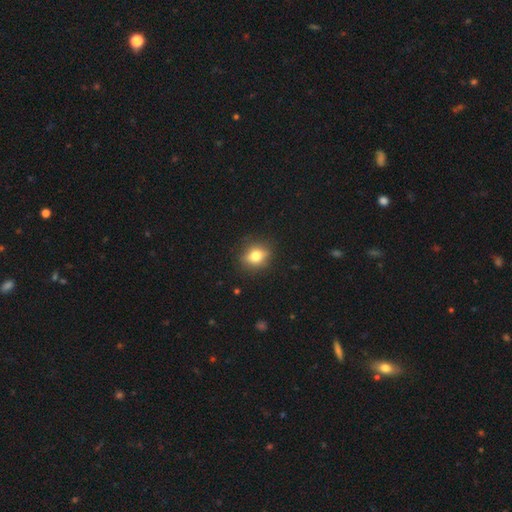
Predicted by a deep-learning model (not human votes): Smooth or featured: smooth — 72% (featured or disk — 17%)
How rounded: round — 57% (in between — 41%)
Merging: none — 85% (minor disturbance — 11%)